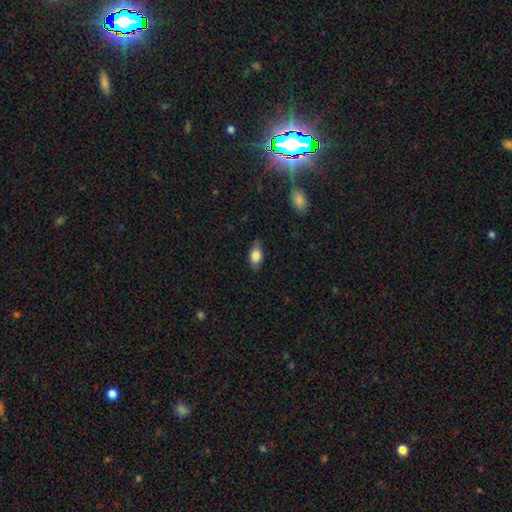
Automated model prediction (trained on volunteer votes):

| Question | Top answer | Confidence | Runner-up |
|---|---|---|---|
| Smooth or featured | smooth | 77% | featured or disk (16%) |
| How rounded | in between | 83% | round (11%) |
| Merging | none | 76% | minor disturbance (19%) |